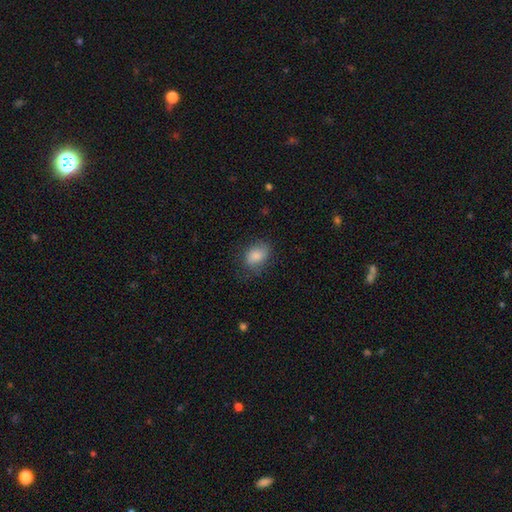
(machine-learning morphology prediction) smooth_or_featured: smooth (p=0.80) [alt: featured or disk p=0.11]
how_rounded: in between (p=0.74) [alt: round p=0.24]
merging: none (p=0.68) [alt: minor disturbance p=0.23]